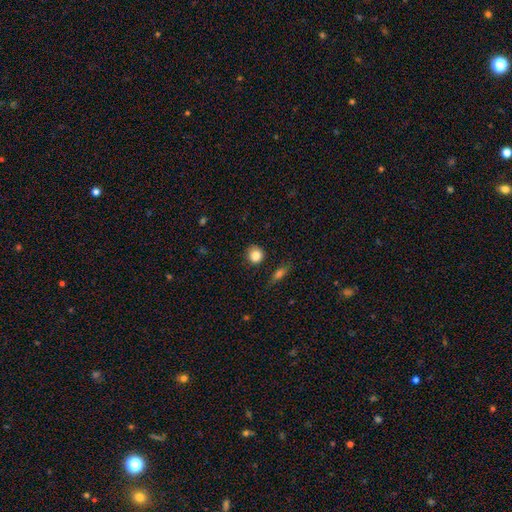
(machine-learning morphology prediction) smooth-or-featured: smooth: 85% | star or artifact: 10% | featured or disk: 6%
  how-rounded: round: 89% | in between: 10% | cigar-shaped: 1%
  merging: none: 85% | minor disturbance: 10% | major disturbance: 3% | merger: 2%